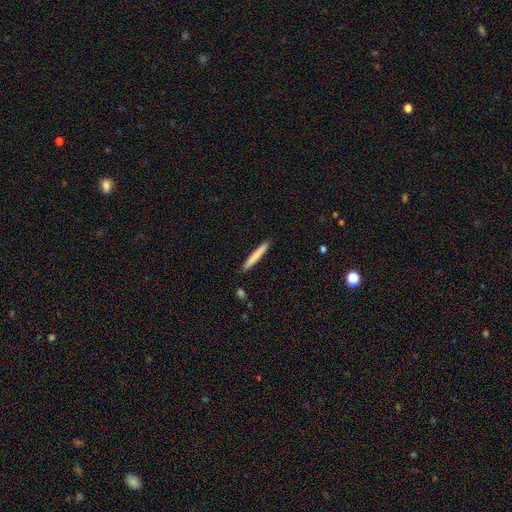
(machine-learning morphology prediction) Overall: smooth (76%). How rounded: cigar-shaped (96%). Merging: none (91%).